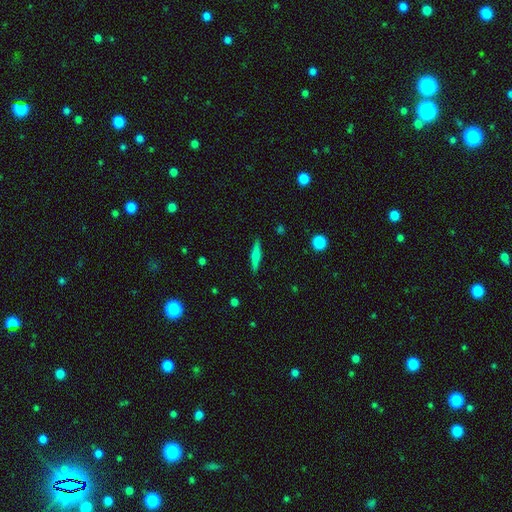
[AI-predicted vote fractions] smooth-or-featured: smooth: 52% | featured or disk: 42% | star or artifact: 6%
  how-rounded: cigar-shaped: 87% | in between: 10% | round: 2%
  merging: none: 90% | minor disturbance: 7% | major disturbance: 2% | merger: 1%